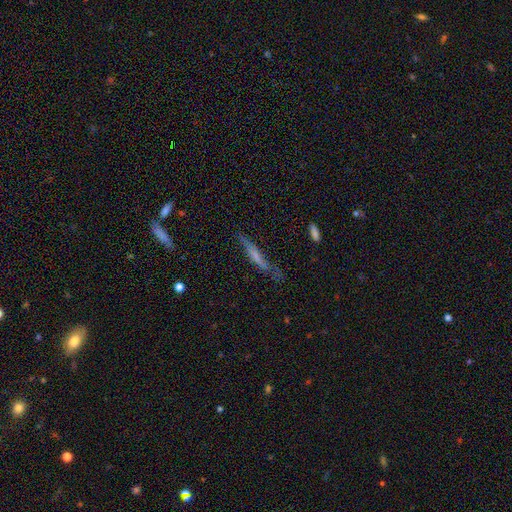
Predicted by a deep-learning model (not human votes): The model was most divided on "smooth or featured": featured or disk: 49%, smooth: 43%, star or artifact: 8%. More confident: merging — none (59%).